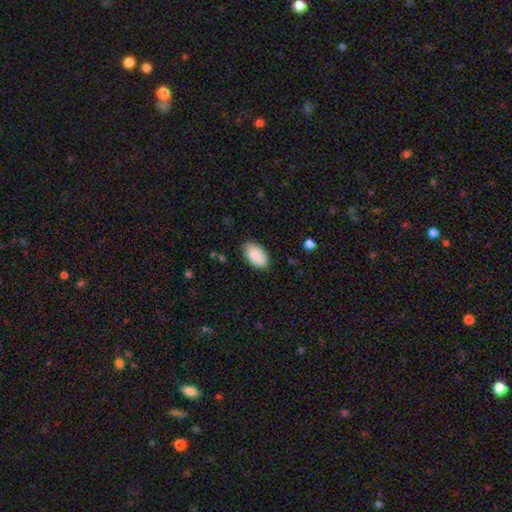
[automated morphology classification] type=smooth (78%); roundness=in between (93%); merging=none (81%).